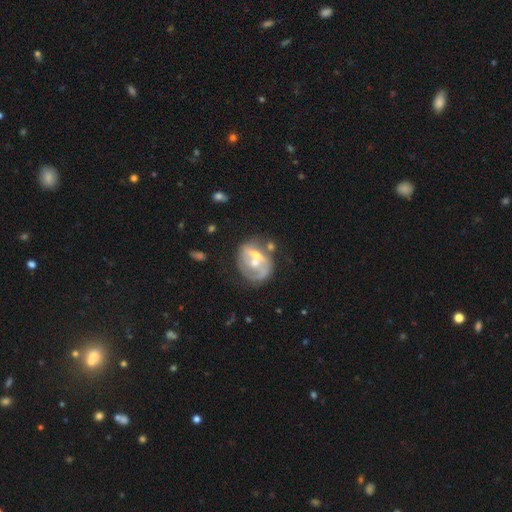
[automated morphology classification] type=featured or disk (70%); edge-on=no (97%); bar=no (49%); spiral arms=yes (55%); bulge=moderate (57%); merging=none (39%).